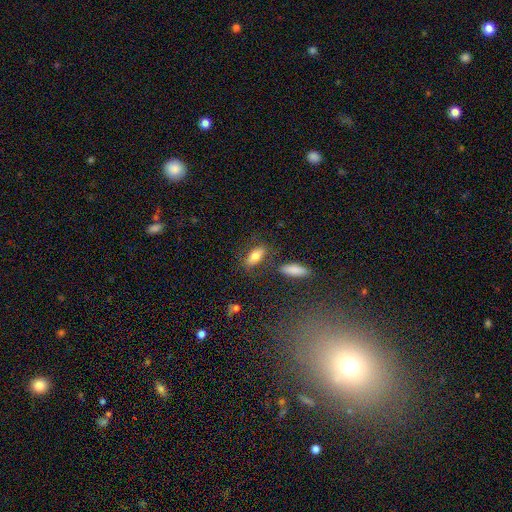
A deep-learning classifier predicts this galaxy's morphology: A smooth galaxy with no disk features (78%) that is in between round and cigar-shaped (84%). Merging: none (75%).